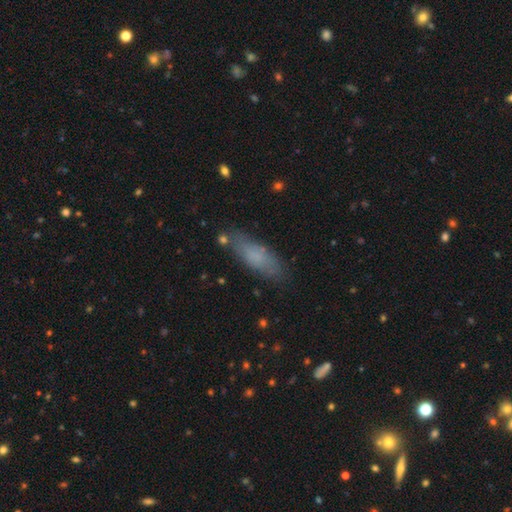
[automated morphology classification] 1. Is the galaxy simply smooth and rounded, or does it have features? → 74% smooth, 17% featured or disk, 9% star or artifact.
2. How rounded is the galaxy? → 59% in between, 39% cigar-shaped, 2% round.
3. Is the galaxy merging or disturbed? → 76% none, 17% minor disturbance, 5% major disturbance, 3% merger.